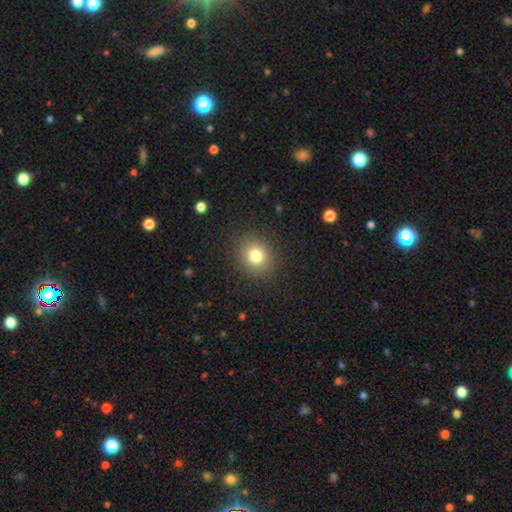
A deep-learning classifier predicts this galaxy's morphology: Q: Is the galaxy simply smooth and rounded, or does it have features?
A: smooth — 79%.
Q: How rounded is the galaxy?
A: round — 79%.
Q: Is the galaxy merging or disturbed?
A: none — 89%.